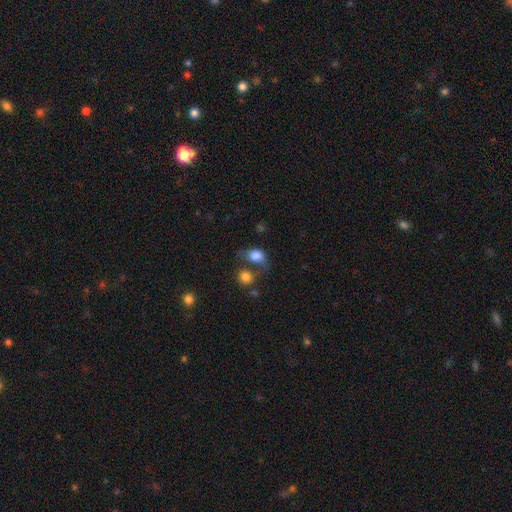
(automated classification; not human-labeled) Smooth or featured? Predicted: smooth (p=0.79). How rounded? Predicted: in between (p=0.50). Merging? Predicted: none (p=0.31).